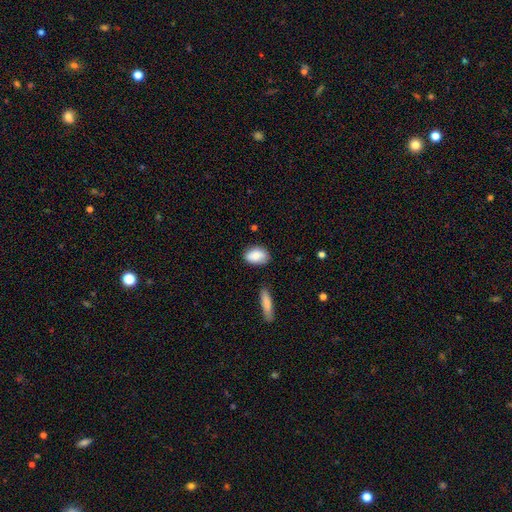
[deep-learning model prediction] smooth 80%, featured or disk 13%, star or artifact 7%. Down the decision tree: how rounded — in between (87%); merging — none (79%).